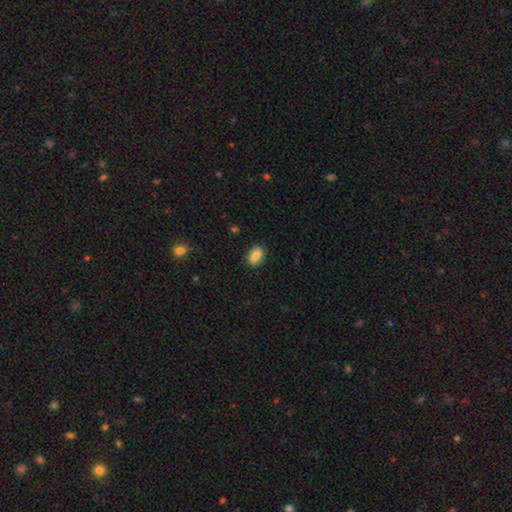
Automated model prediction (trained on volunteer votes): Smooth or featured: smooth — 84% (star or artifact — 8%)
How rounded: in between — 80% (round — 18%)
Merging: none — 85% (minor disturbance — 12%)